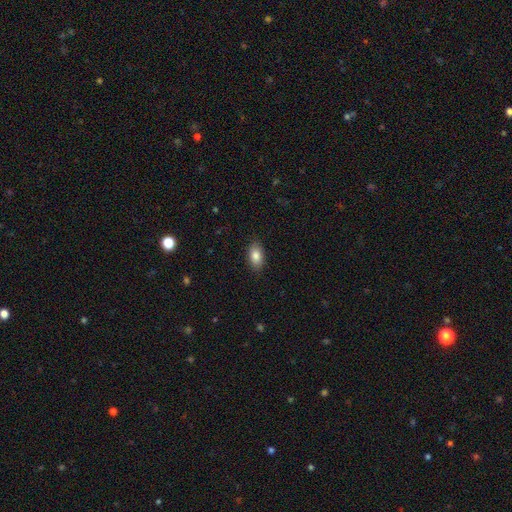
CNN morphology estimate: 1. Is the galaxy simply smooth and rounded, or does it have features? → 85% smooth, 8% featured or disk, 7% star or artifact.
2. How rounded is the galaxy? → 91% in between, 6% round, 3% cigar-shaped.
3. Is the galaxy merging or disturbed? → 88% none, 9% minor disturbance, 2% major disturbance, 1% merger.